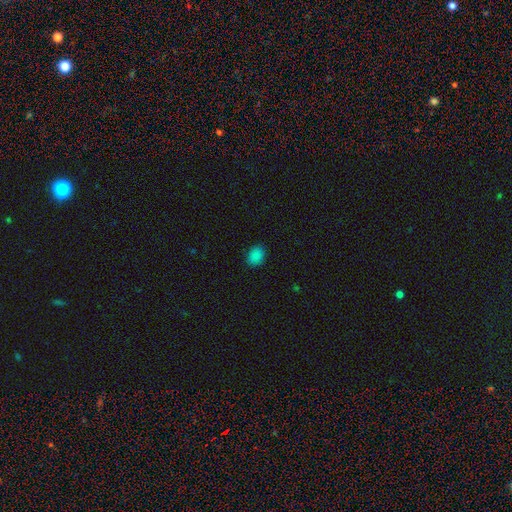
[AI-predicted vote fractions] A smooth galaxy with no disk features (85%) that is in between round and cigar-shaped (64%). Merging: none (88%).